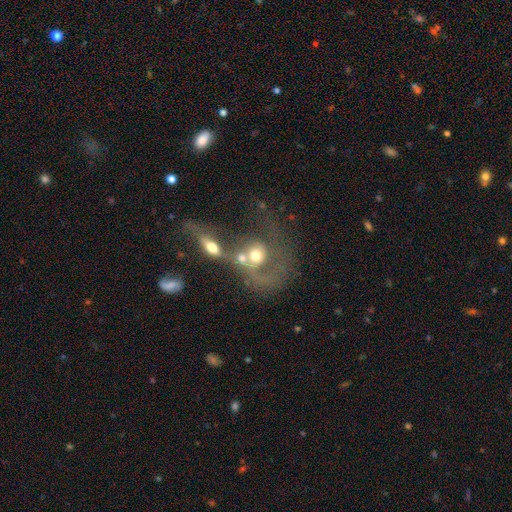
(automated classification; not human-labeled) This is possibly a featured or disk galaxy (49%). Merging: likely merger (70%).